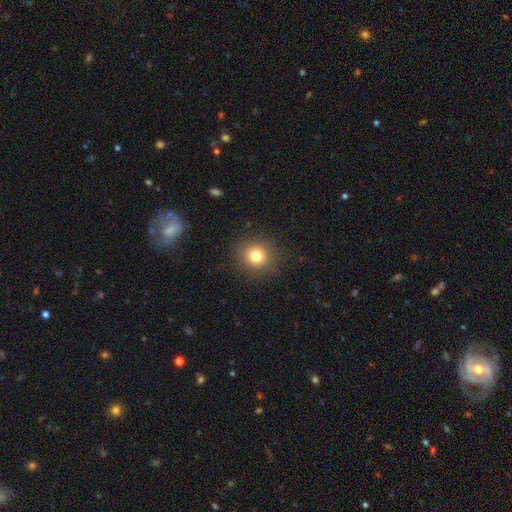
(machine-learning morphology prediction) smooth_or_featured: smooth (p=0.80) [alt: star or artifact p=0.13]
how_rounded: round (p=0.91) [alt: in between p=0.08]
merging: none (p=0.89) [alt: minor disturbance p=0.07]